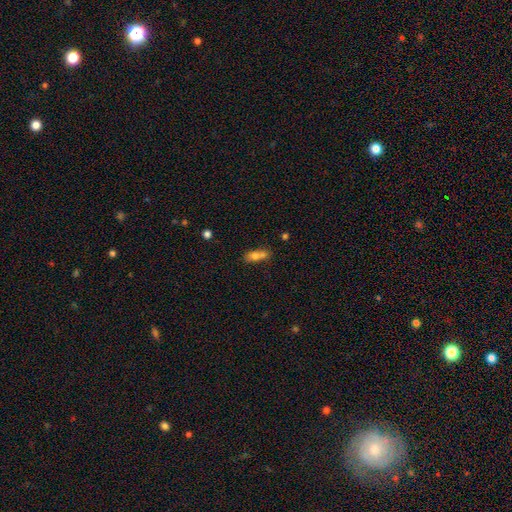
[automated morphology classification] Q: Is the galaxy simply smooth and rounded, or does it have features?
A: smooth — 69%.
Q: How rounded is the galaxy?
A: in between — 69%.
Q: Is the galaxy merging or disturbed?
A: merger — 48%.